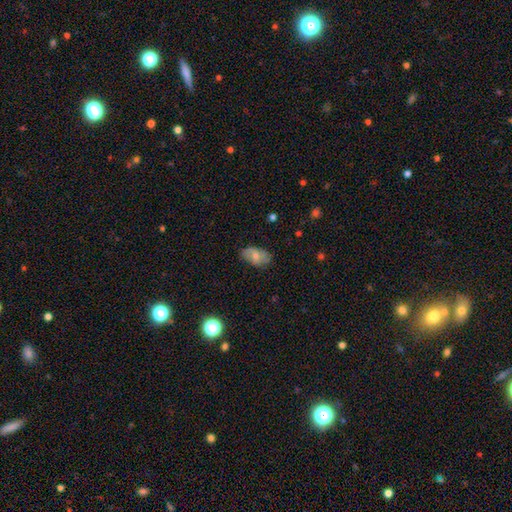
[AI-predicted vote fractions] Overall: smooth (69%). How rounded: in between (92%). Merging: none (73%).